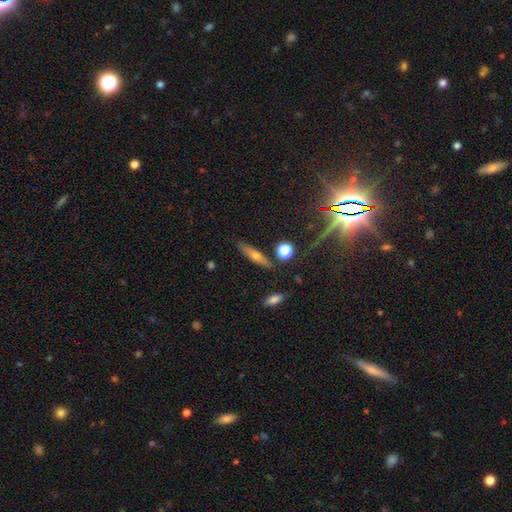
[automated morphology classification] Smooth or featured? smooth (48%)
Merging? none (84%)